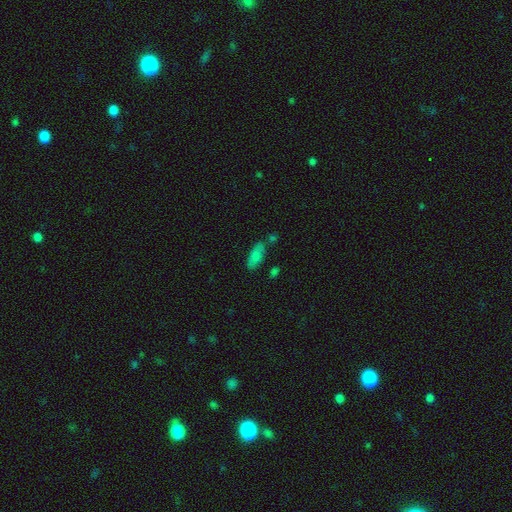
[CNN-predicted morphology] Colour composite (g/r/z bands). It shows a smooth galaxy with no disk features (74%) that is in between round and cigar-shaped (80%). Merging: none (72%).